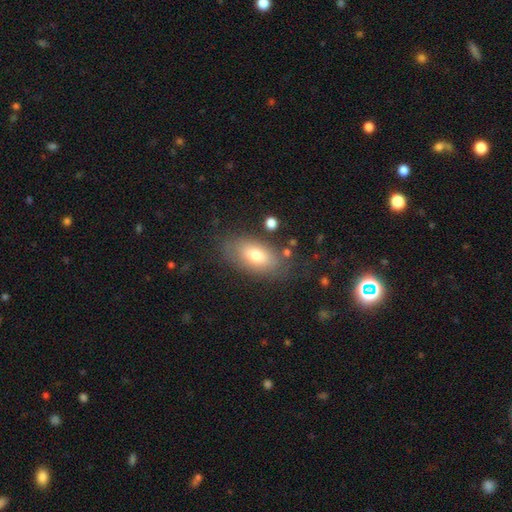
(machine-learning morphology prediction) Smooth or featured? smooth (71%)
How rounded? in between (90%)
Merging? none (75%)